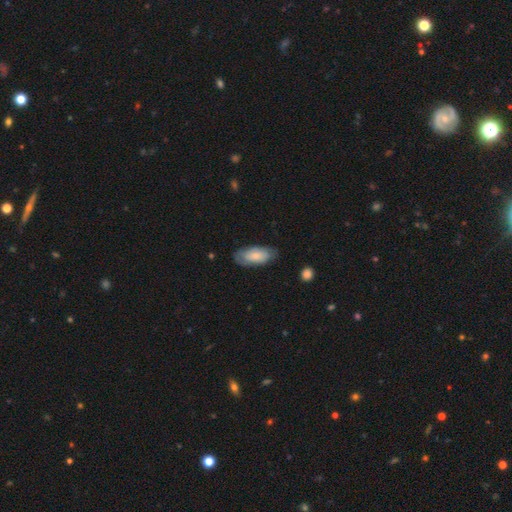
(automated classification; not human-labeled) Morphology: type=smooth (70%); roundness=in between (89%); merging=none (72%).